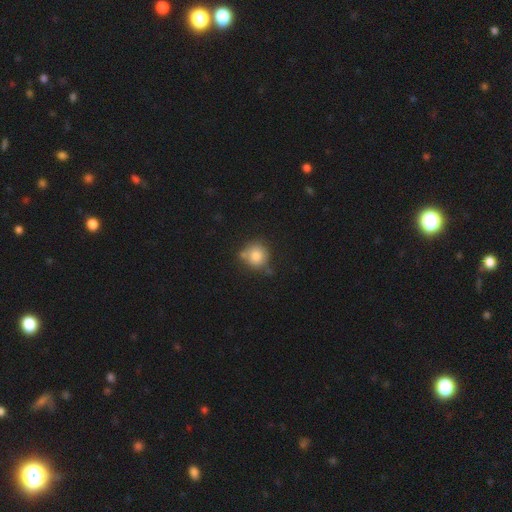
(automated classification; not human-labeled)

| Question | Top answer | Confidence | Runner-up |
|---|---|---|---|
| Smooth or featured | smooth | 81% | star or artifact (10%) |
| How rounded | round | 89% | in between (9%) |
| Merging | none | 59% | minor disturbance (20%) |